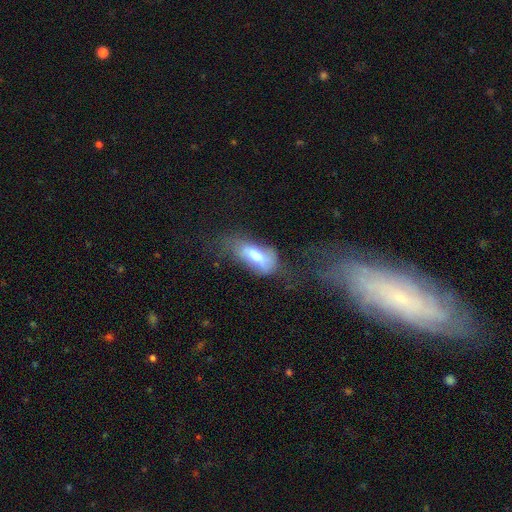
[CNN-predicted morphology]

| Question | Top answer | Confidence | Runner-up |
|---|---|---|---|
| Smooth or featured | smooth | 61% | featured or disk (29%) |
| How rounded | in between | 76% | cigar-shaped (21%) |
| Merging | major disturbance | 39% | none (28%) |